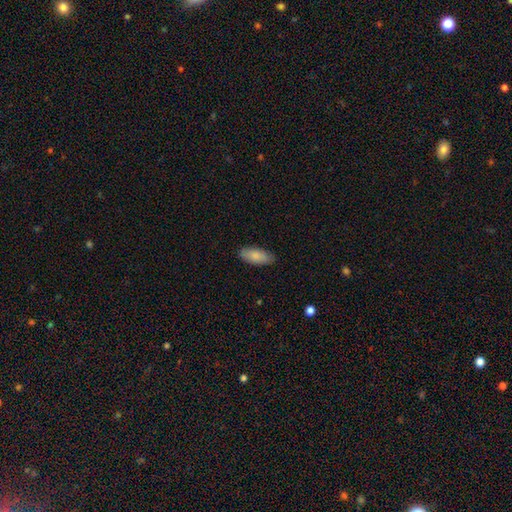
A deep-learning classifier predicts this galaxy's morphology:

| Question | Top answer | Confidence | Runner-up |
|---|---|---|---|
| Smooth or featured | smooth | 86% | featured or disk (9%) |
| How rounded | in between | 85% | cigar-shaped (13%) |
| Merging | none | 87% | minor disturbance (11%) |